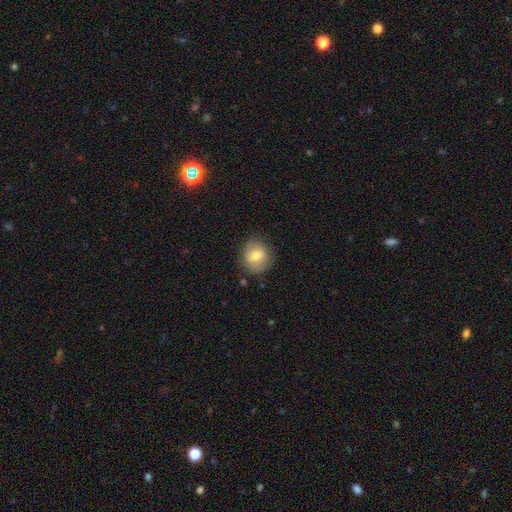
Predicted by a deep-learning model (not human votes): A smooth galaxy with no disk features (68%) that is round (81%).

Vote fractions:
- Smooth or featured? smooth: 68% / featured or disk: 24% / star or artifact: 9%
- How rounded? round: 81% / in between: 18% / cigar-shaped: 1%
- Merging? none: 80% / minor disturbance: 14% / major disturbance: 4% / merger: 1%